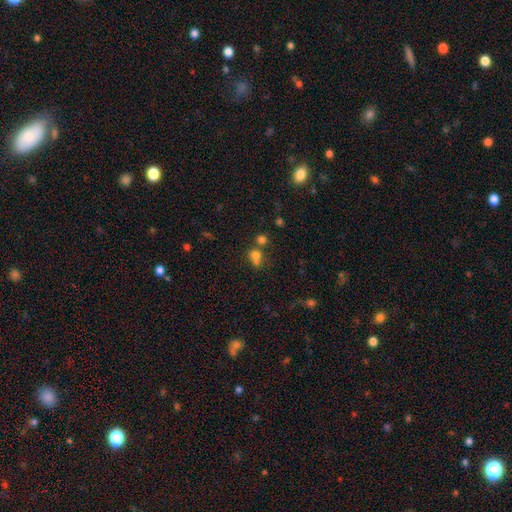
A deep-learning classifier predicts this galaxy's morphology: Q: Smooth or featured?
A: smooth (72%); runner-up: star or artifact (17%)
Q: How rounded?
A: round (71%); runner-up: in between (27%)
Q: Merging?
A: merger (47%); runner-up: none (38%)